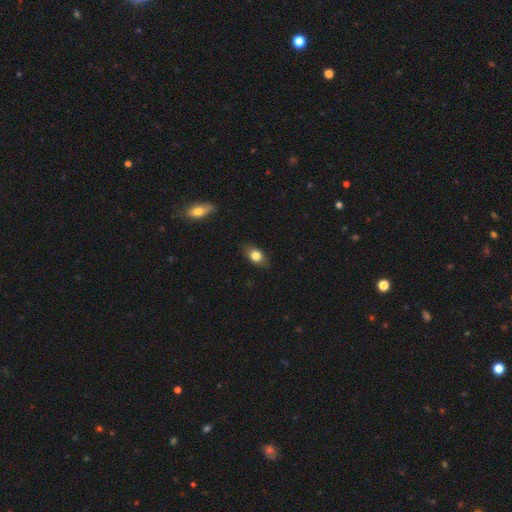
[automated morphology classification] Smooth or featured: smooth — 78% (featured or disk — 13%)
How rounded: in between — 75% (round — 21%)
Merging: none — 82% (minor disturbance — 14%)